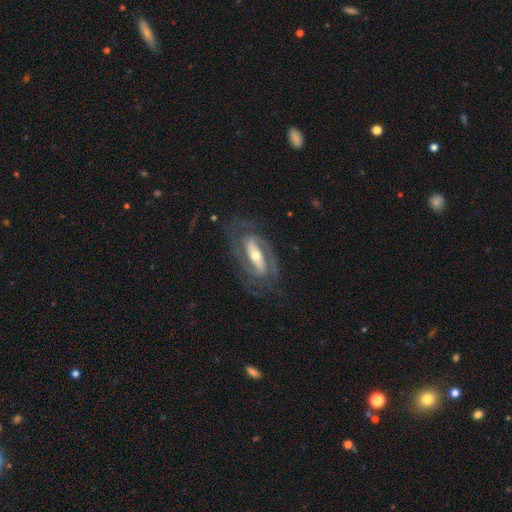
Volunteers were most divided on "bulge size": moderate: 55%, small: 41%, large: 3%, dominant: 0%, none: 0%. More confident: spiral arms — yes (100%); spiral arm count — 2 (97%); edge-on disk — no (91%); smooth or featured — featured or disk (84%); merging — none (71%); bar — strong (59%); spiral winding — tight (59%).